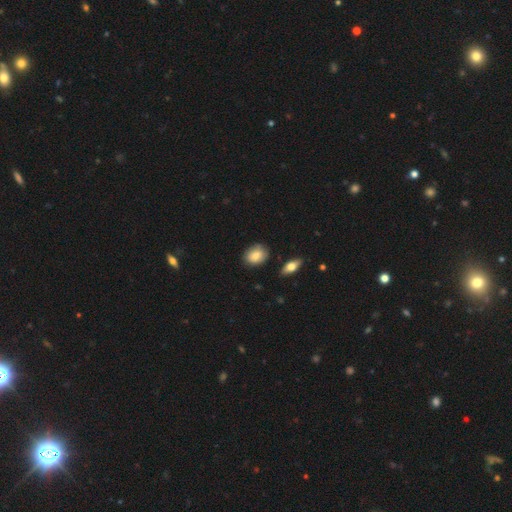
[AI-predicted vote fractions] smooth-or-featured: smooth: 83% | featured or disk: 10% | star or artifact: 7%
  how-rounded: in between: 66% | round: 33% | cigar-shaped: 2%
  merging: none: 81% | minor disturbance: 14% | major disturbance: 2% | merger: 2%